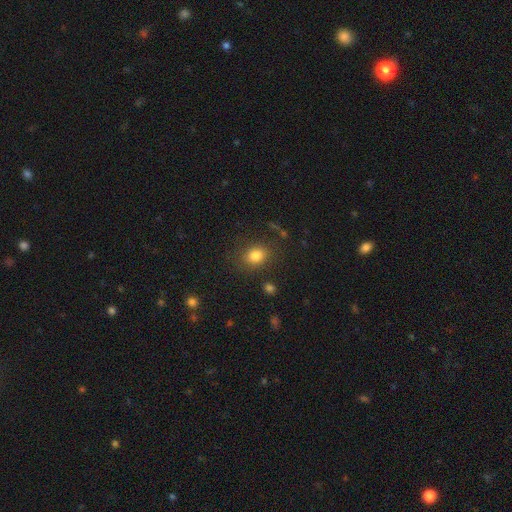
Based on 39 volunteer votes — Smooth or featured? 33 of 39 (85%) said smooth. How rounded? 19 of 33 (58%) said in between. Merging? 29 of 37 (78%) said none.